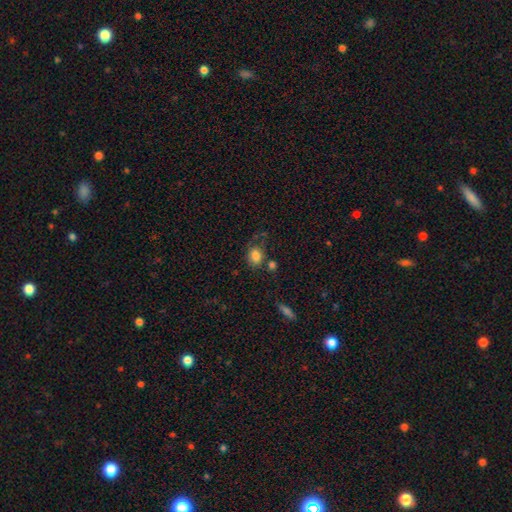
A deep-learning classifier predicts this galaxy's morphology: This is clearly a smooth galaxy (81%). How rounded: likely in between (61%). Merging: possibly none (56%).